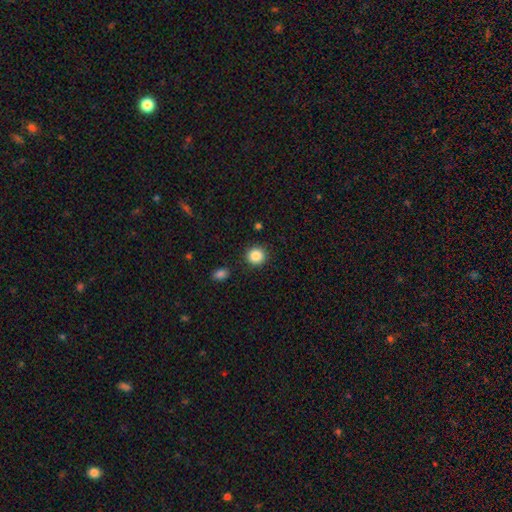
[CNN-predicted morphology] Smooth or featured: smooth — 87% (star or artifact — 10%)
How rounded: round — 92% (in between — 7%)
Merging: none — 90% (minor disturbance — 6%)